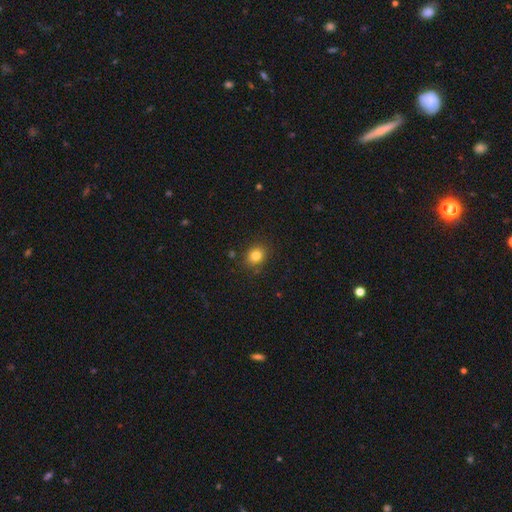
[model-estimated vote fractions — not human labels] This is clearly a smooth galaxy (82%). How rounded: likely round (68%). Merging: clearly none (86%).